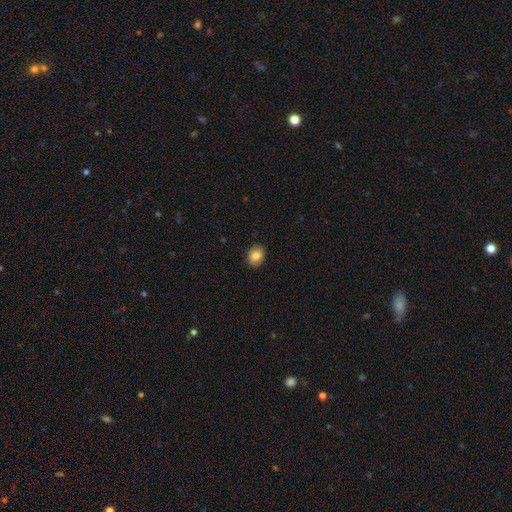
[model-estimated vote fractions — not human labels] Overall: smooth (84%). How rounded: round (59%; in between 40%). Merging: none (87%).